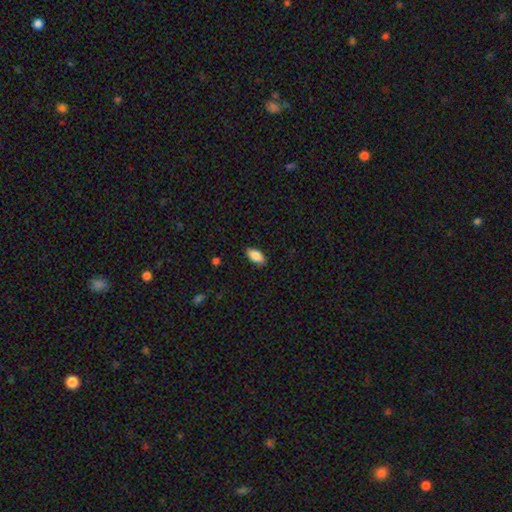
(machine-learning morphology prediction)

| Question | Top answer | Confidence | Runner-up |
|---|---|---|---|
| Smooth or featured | smooth | 86% | star or artifact (7%) |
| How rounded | in between | 91% | cigar-shaped (7%) |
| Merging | none | 87% | minor disturbance (10%) |